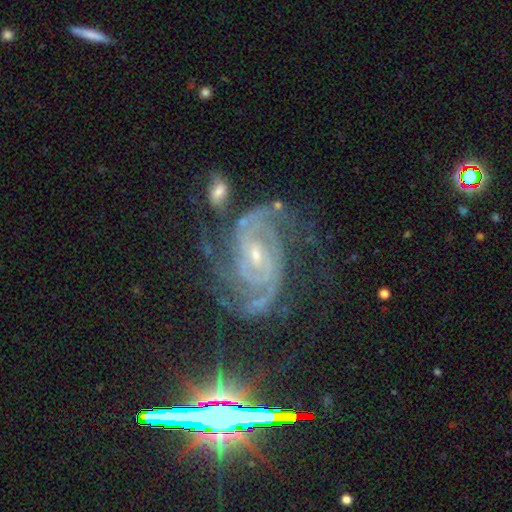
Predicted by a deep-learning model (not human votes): Morphology: type=featured or disk (88%); edge-on=no (97%); bar=no (42%); spiral arms=yes (98%); winding=tight (54%); arm count=2 (48%); bulge=small (69%); merging=none (62%).